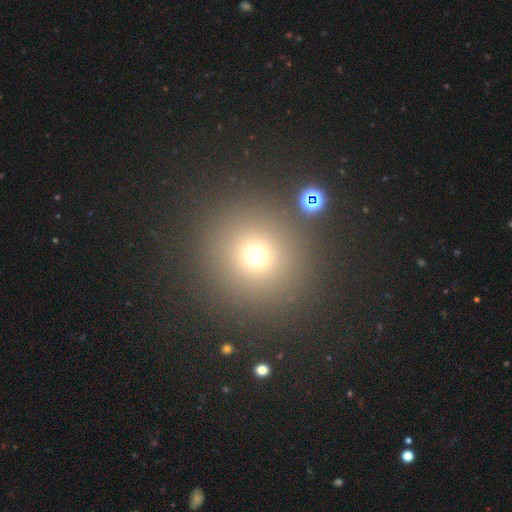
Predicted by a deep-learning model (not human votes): Smooth or featured? smooth (68%)
How rounded? round (93%)
Merging? none (84%)